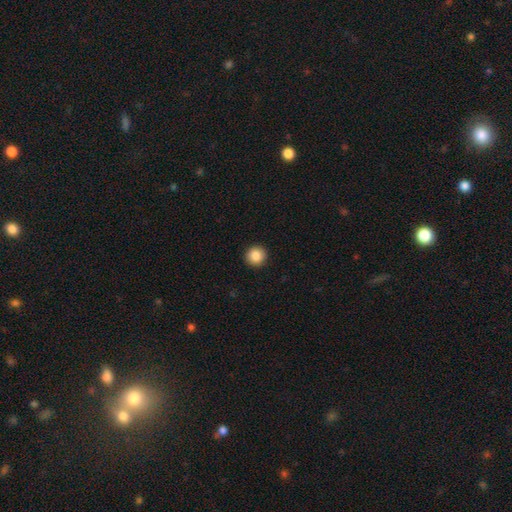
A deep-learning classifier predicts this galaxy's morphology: smooth_or_featured: smooth (p=0.86) [alt: star or artifact p=0.09]
how_rounded: round (p=0.94) [alt: in between p=0.05]
merging: none (p=0.93) [alt: minor disturbance p=0.04]